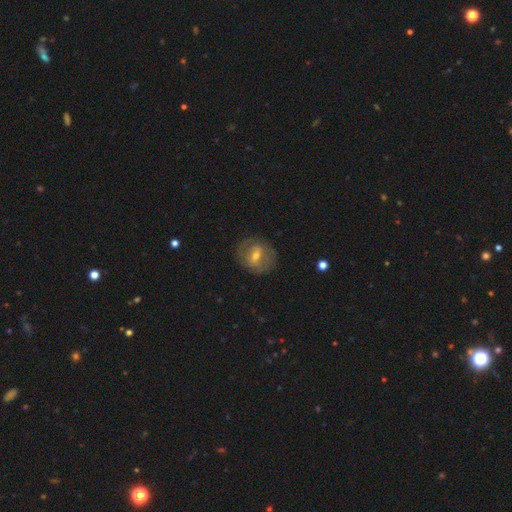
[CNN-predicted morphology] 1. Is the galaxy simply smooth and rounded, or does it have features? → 57% featured or disk, 35% smooth, 7% star or artifact.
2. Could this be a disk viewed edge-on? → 94% no, 6% yes.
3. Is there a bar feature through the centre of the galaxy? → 48% weak, 29% strong, 23% no.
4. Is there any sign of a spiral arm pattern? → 57% no, 43% yes.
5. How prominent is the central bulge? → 60% moderate, 34% small, 4% large, 1% none, 1% dominant.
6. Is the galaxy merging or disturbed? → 77% none, 15% minor disturbance, 7% major disturbance, 1% merger.